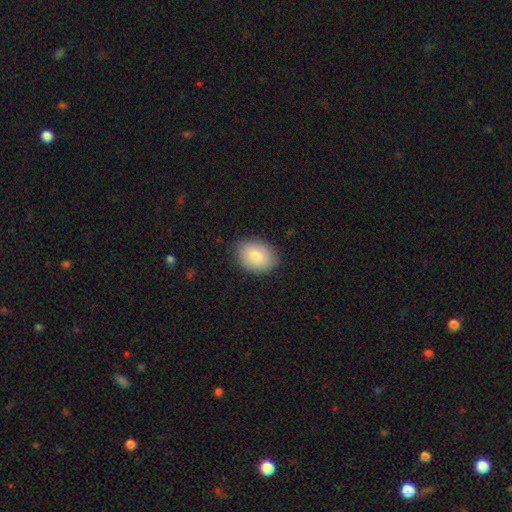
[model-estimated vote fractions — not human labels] Morphology: type=smooth (81%); roundness=in between (66%); merging=none (86%).